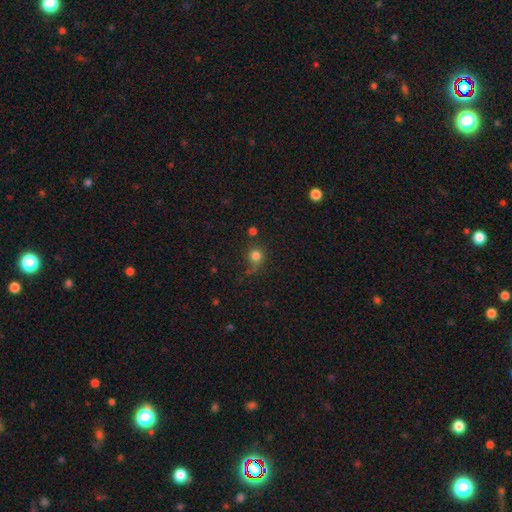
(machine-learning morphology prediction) type=smooth (79%); roundness=round (89%); merging=none (63%).